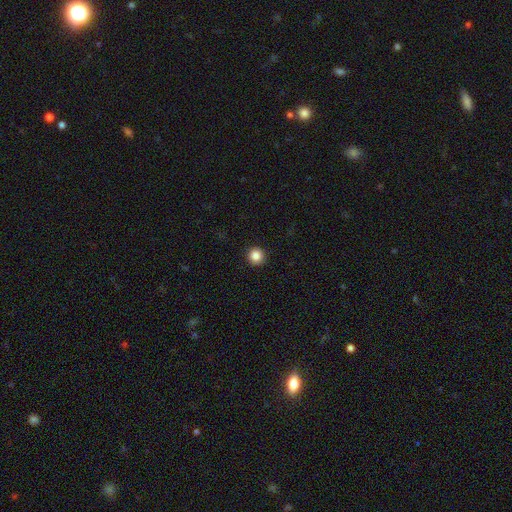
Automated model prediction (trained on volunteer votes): A smooth galaxy with no disk features (86%) that is round (96%). Merging: none (93%).